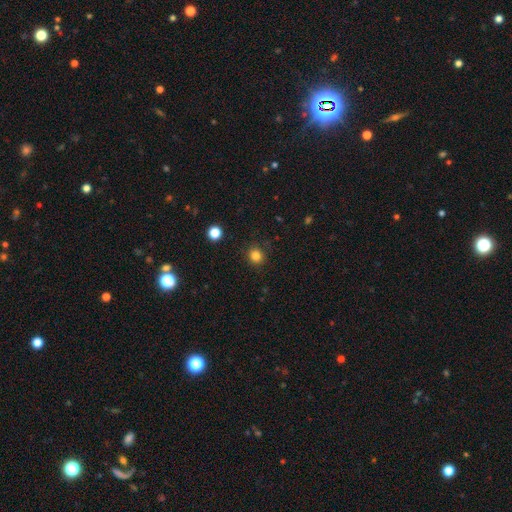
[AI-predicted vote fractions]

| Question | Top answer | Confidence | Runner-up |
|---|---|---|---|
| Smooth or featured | smooth | 82% | star or artifact (13%) |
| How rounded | round | 88% | in between (11%) |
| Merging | none | 88% | minor disturbance (8%) |